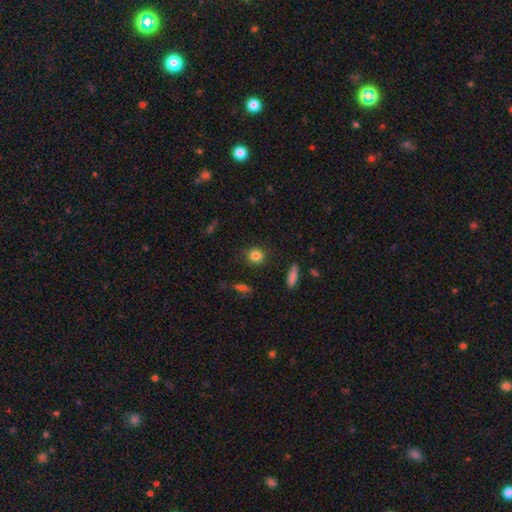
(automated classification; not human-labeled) smooth_or_featured: smooth (p=0.84) [alt: star or artifact p=0.10]
how_rounded: round (p=0.87) [alt: in between p=0.12]
merging: none (p=0.88) [alt: minor disturbance p=0.08]